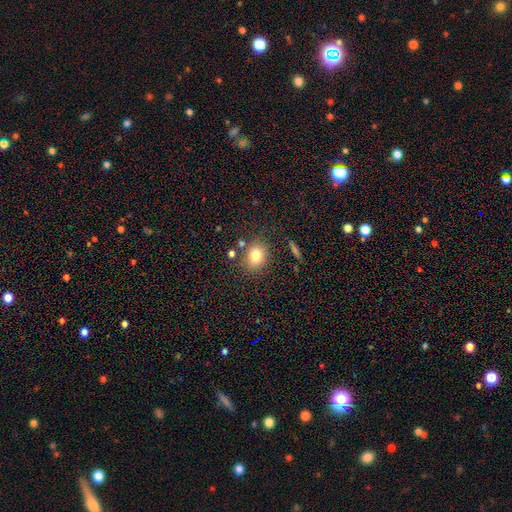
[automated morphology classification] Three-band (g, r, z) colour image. It shows a smooth galaxy with no disk features (78%) that is round (61%). Merging: none (77%).